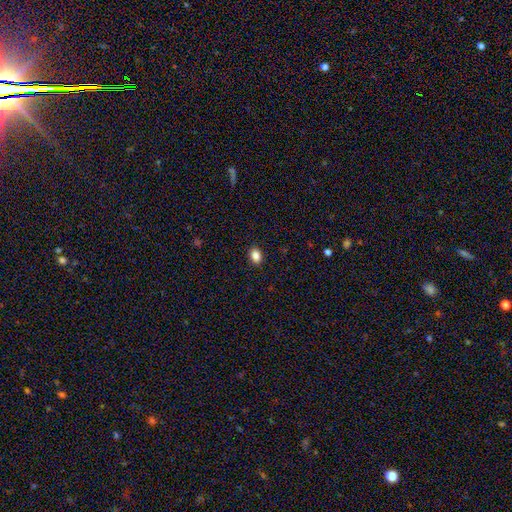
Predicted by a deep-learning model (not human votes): Smooth or featured?
  - smooth: 86% *
  - star or artifact: 10%
  - featured or disk: 4%
How rounded?
  - in between: 75% *
  - round: 24%
  - cigar-shaped: 1%
Merging?
  - none: 90% *
  - minor disturbance: 7%
  - major disturbance: 2%
  - merger: 1%